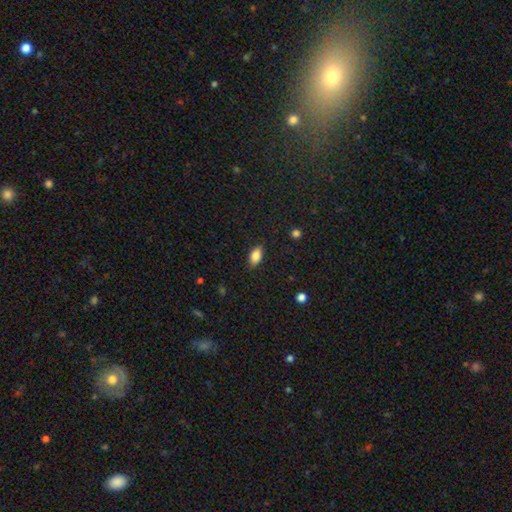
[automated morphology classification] This appears to be a smooth galaxy with no disk features (82%) that is in between round and cigar-shaped (89%). Merging: none (85%).